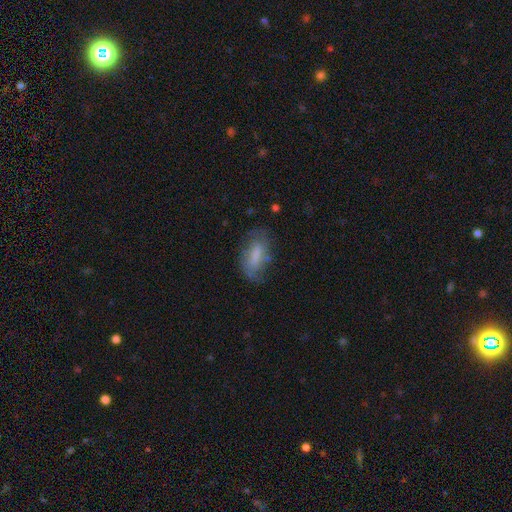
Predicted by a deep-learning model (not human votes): Overall: smooth (52%; featured or disk 40%). How rounded: in between (81%). Merging: none (54%; minor disturbance 28%).